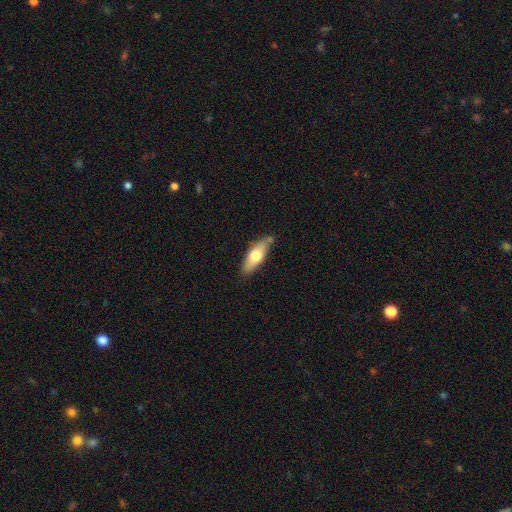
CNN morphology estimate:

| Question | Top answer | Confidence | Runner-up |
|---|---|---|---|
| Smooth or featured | smooth | 64% | featured or disk (31%) |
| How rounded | in between | 64% | cigar-shaped (34%) |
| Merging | none | 73% | minor disturbance (18%) |